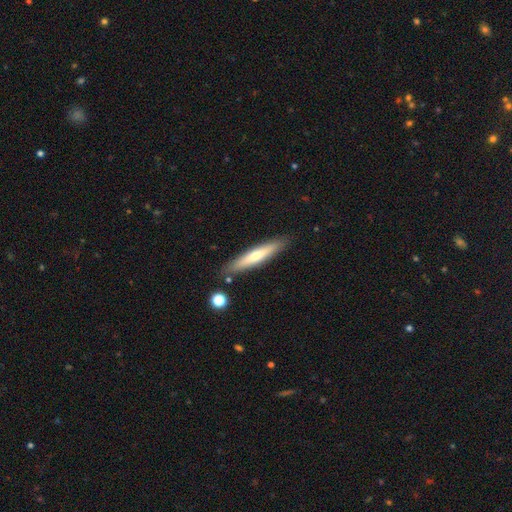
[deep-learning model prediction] Overall: smooth (53%; featured or disk 41%). How rounded: cigar-shaped (89%). Merging: none (87%).